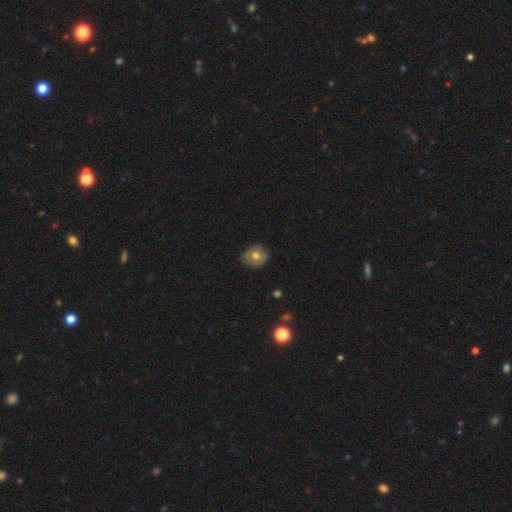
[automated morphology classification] Smooth or featured: smooth — 62% (featured or disk — 29%)
How rounded: round — 73% (in between — 26%)
Merging: none — 77% (minor disturbance — 18%)